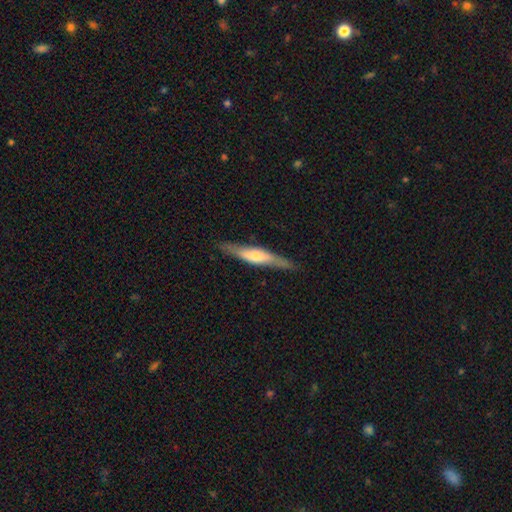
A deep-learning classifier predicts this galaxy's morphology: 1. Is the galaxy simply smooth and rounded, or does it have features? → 60% featured or disk, 34% smooth, 6% star or artifact.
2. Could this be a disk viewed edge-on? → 89% yes, 11% no.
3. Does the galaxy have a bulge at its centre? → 71% rounded, 17% boxy, 12% none.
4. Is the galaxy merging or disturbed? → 85% none, 11% minor disturbance, 2% major disturbance, 1% merger.